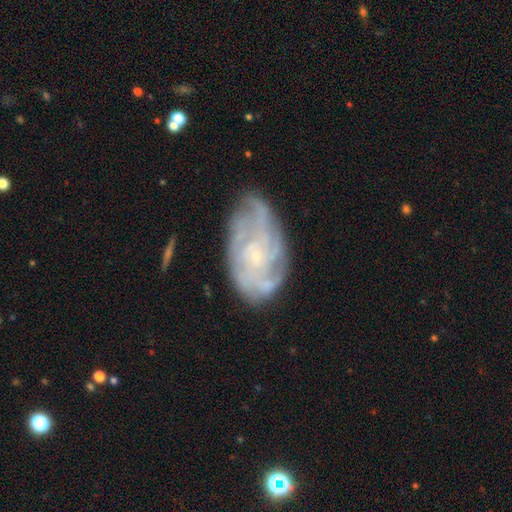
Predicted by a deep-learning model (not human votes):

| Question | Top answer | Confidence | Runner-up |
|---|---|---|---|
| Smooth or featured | featured or disk | 77% | smooth (15%) |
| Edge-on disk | no | 96% | yes (4%) |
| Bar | no | 75% | weak (21%) |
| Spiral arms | yes | 89% | no (11%) |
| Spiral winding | tight | 60% | medium (30%) |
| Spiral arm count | can't tell | 43% | 4 (22%) |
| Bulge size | small | 76% | moderate (15%) |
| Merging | none | 68% | minor disturbance (22%) |